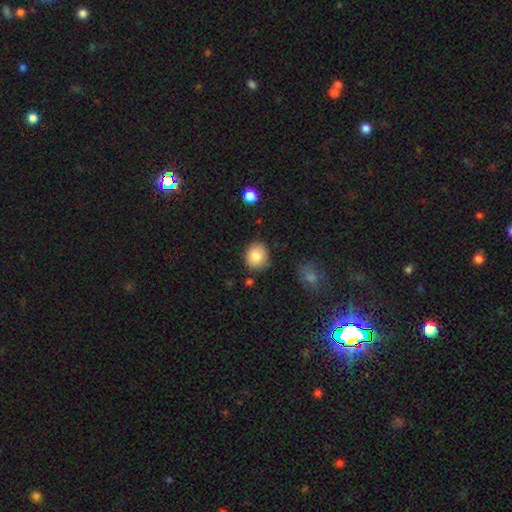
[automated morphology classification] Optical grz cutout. It shows a smooth galaxy with no disk features (84%) that is round (78%). Merging: none (84%).